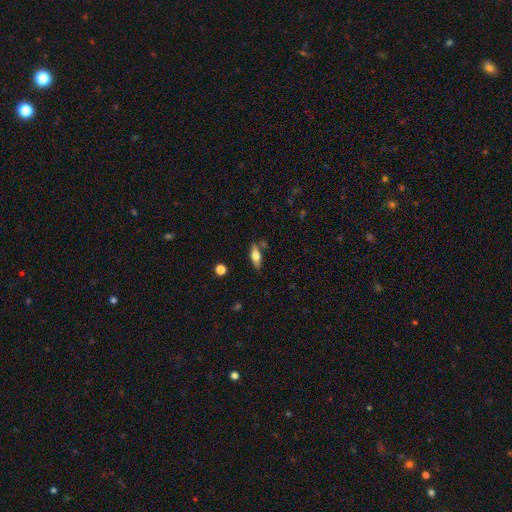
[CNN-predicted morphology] Smooth or featured? smooth (58%)
How rounded? in between (67%)
Merging? none (75%)